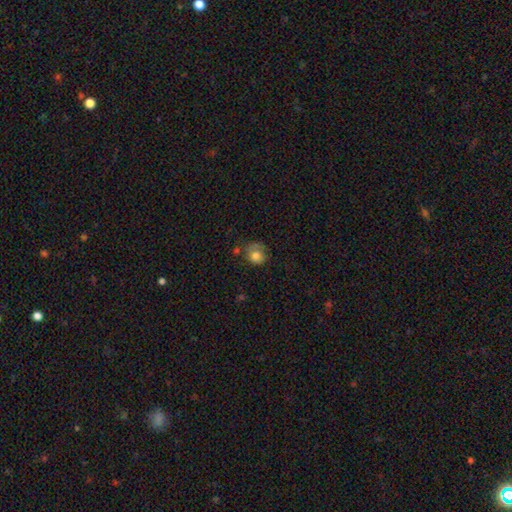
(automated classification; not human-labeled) smooth 75%, featured or disk 15%, star or artifact 9%. Down the decision tree: how rounded — round (74%); merging — none (46%).